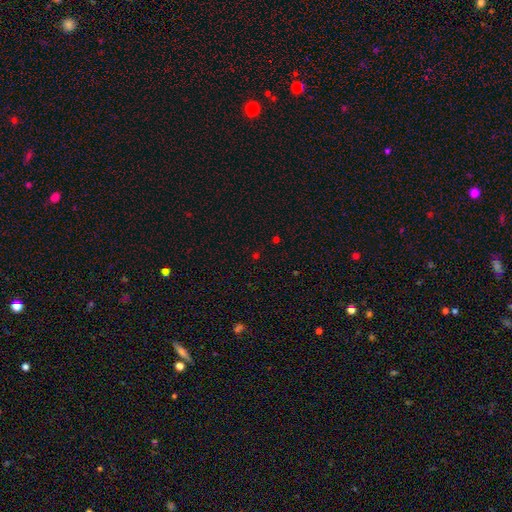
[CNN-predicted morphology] A star or artifact, not a galaxy (56%).

Vote fractions:
- Smooth or featured? star or artifact: 56% / smooth: 37% / featured or disk: 6%